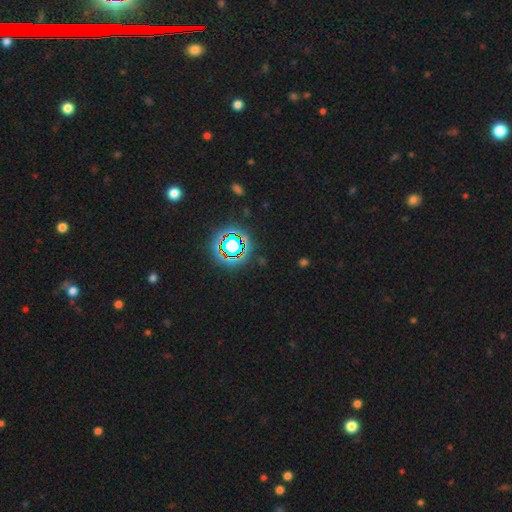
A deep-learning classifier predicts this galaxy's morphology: This appears to be a star or artifact, not a galaxy (80%).